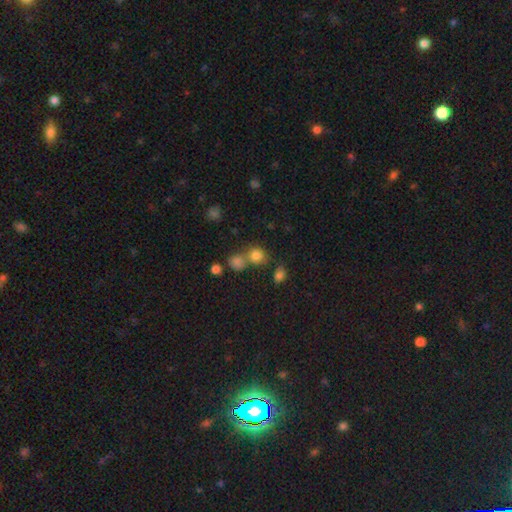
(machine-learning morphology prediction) Smooth or featured: smooth — 79% (star or artifact — 14%)
How rounded: round — 79% (in between — 20%)
Merging: none — 54% (merger — 32%)